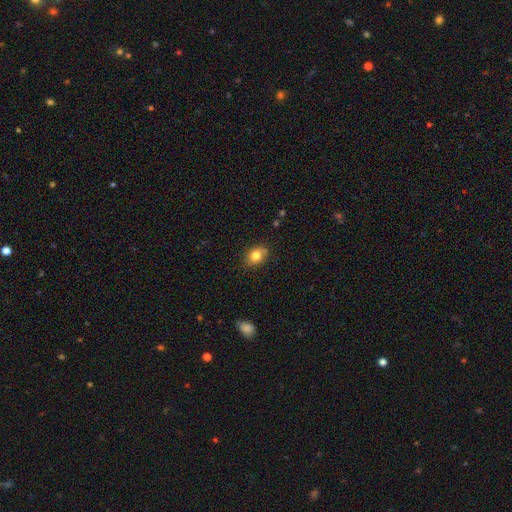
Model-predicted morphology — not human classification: smooth 81%, star or artifact 10%, featured or disk 9%. Down the decision tree: how rounded — in between (54%); merging — none (77%).